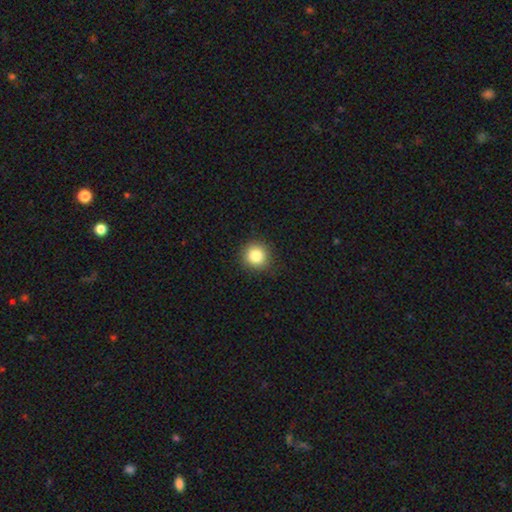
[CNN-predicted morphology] smooth_or_featured: smooth (p=0.85) [alt: star or artifact p=0.10]
how_rounded: round (p=0.92) [alt: in between p=0.07]
merging: none (p=0.90) [alt: minor disturbance p=0.07]